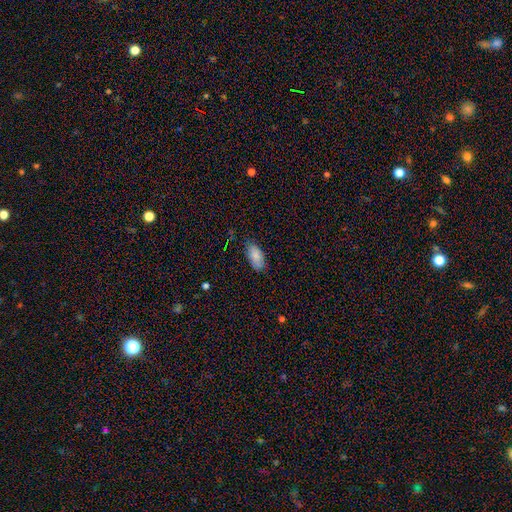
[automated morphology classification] Smooth or featured?
  - smooth: 84% *
  - featured or disk: 9%
  - star or artifact: 7%
How rounded?
  - in between: 93% *
  - cigar-shaped: 5%
  - round: 2%
Merging?
  - none: 77% *
  - minor disturbance: 18%
  - major disturbance: 3%
  - merger: 1%